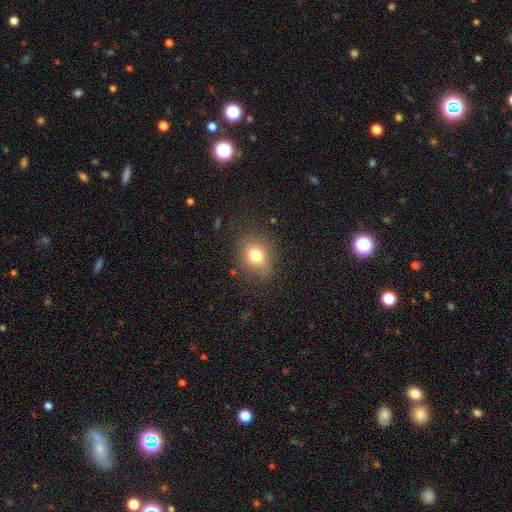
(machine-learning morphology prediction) smooth 76%, star or artifact 13%, featured or disk 11%. Down the decision tree: how rounded — round (53%); merging — none (80%).